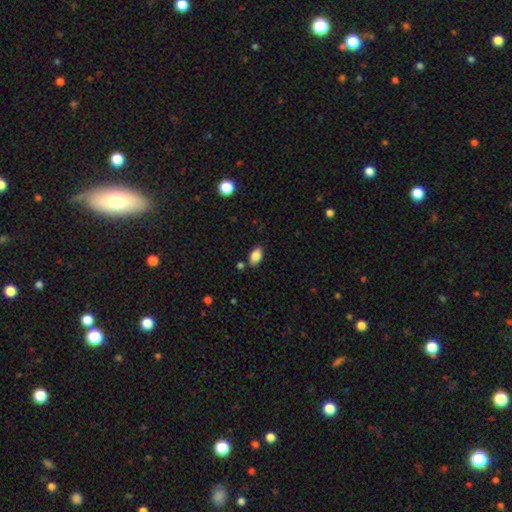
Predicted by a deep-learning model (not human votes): This appears to be a smooth galaxy with no disk features (84%) that is in between round and cigar-shaped (91%). Merging: none (83%).